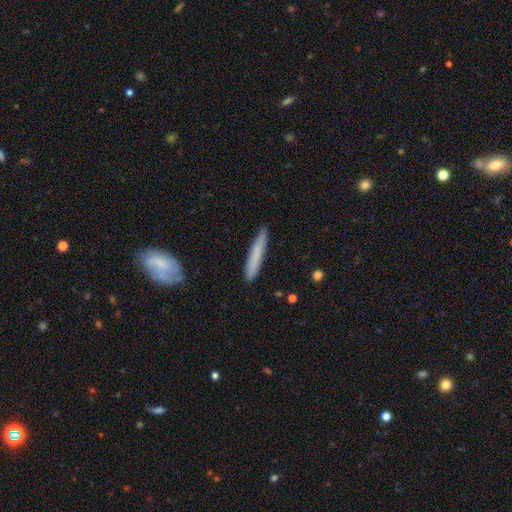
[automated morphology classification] A smooth galaxy with no disk features (72%) that is cigar-shaped (94%). Merging: none (86%).